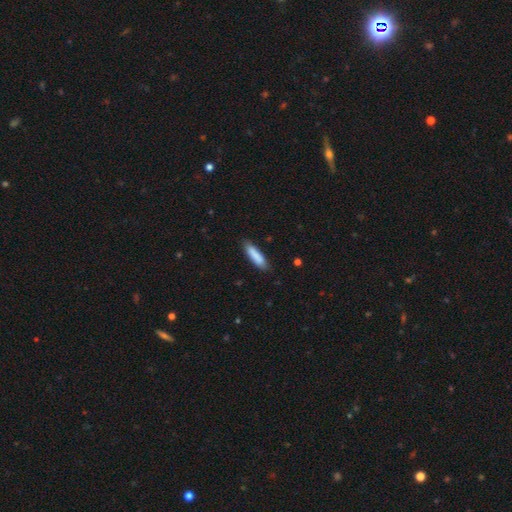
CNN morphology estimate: This appears to be a smooth galaxy with no disk features (86%) that is cigar-shaped (70%). Merging: none (83%).